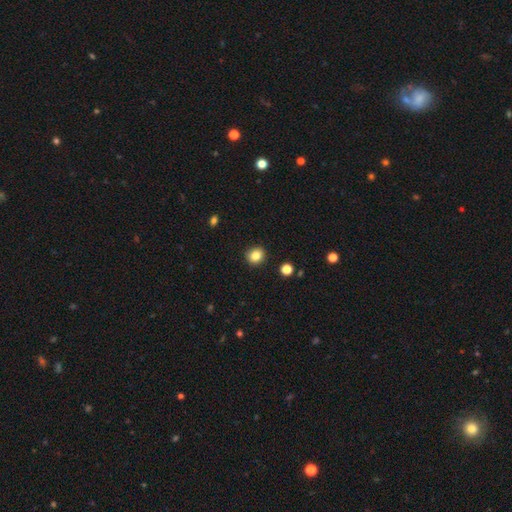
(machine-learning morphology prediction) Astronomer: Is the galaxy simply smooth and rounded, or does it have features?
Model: smooth — 84%.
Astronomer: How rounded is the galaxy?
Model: round — 79%.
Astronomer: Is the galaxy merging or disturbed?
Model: none — 91%.